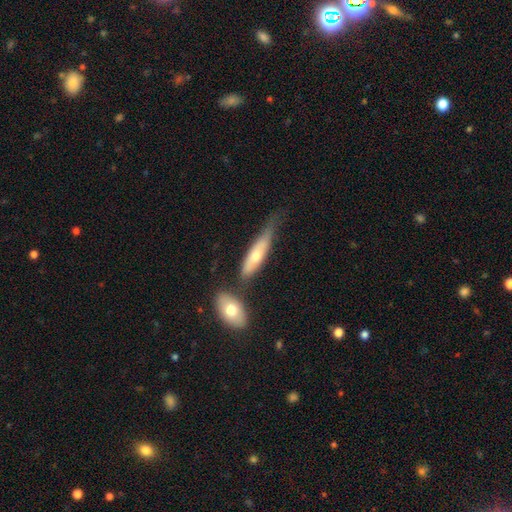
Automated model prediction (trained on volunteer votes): Morphology: type=featured or disk (49%); merging=none (51%).